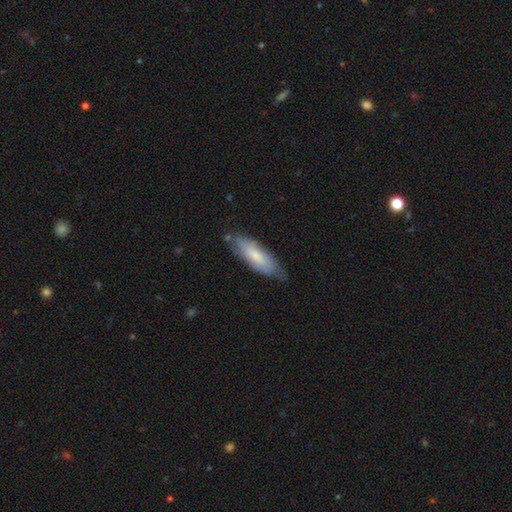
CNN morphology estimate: type=smooth (67%); roundness=in between (55%); merging=none (71%).